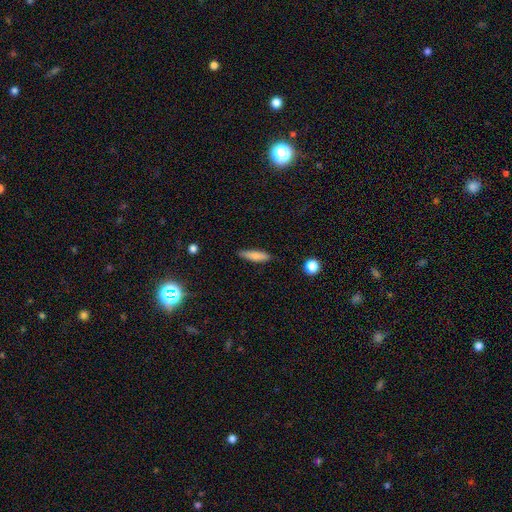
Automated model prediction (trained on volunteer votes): Morphology: type=smooth (80%); roundness=cigar-shaped (75%); merging=none (85%).